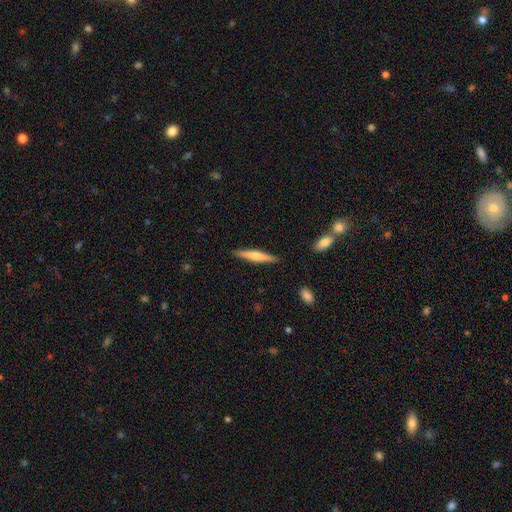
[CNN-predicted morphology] The model was most divided on "smooth or featured": smooth: 53%, featured or disk: 42%, star or artifact: 5%. More confident: how rounded — cigar-shaped (92%); merging — none (90%).